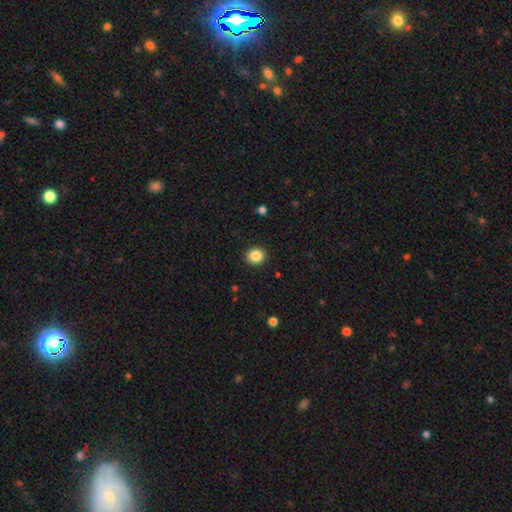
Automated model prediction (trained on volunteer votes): Morphology: type=smooth (86%); roundness=round (84%); merging=none (92%).